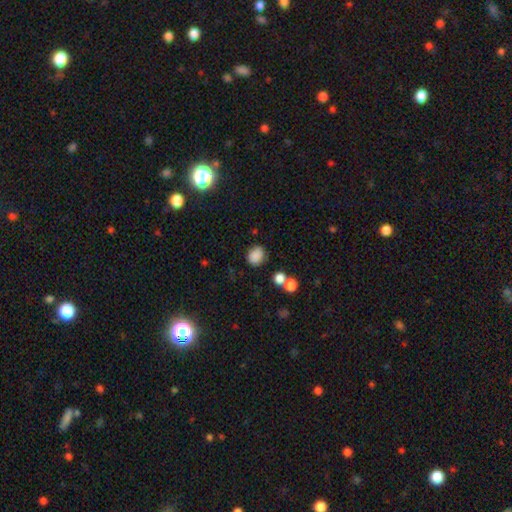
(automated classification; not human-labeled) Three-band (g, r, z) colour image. It shows a smooth galaxy with no disk features (84%) that is round (61%). Merging: none (77%).